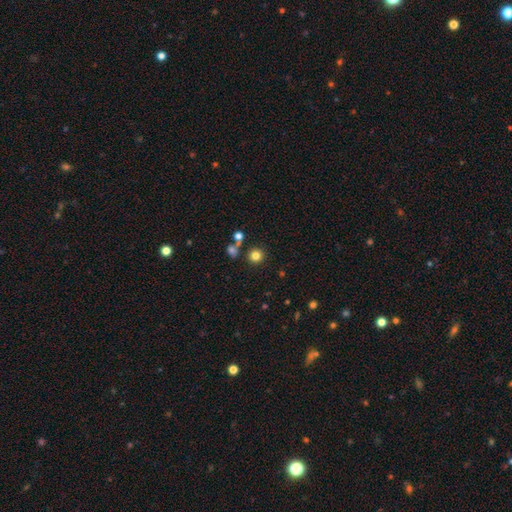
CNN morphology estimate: A smooth galaxy with no disk features (80%) that is round (92%).

Vote fractions:
- Smooth or featured? smooth: 80% / star or artifact: 14% / featured or disk: 6%
- How rounded? round: 92% / in between: 7% / cigar-shaped: 1%
- Merging? none: 81% / merger: 9% / minor disturbance: 7% / major disturbance: 3%